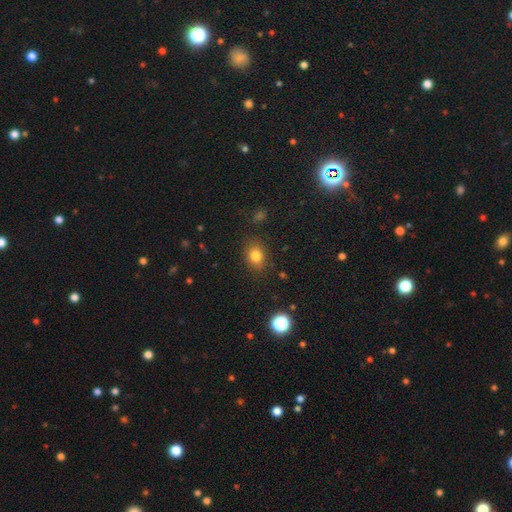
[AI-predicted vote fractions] smooth-or-featured: smooth: 80% | star or artifact: 13% | featured or disk: 7%
  how-rounded: round: 51% | in between: 48% | cigar-shaped: 1%
  merging: none: 84% | minor disturbance: 11% | major disturbance: 3% | merger: 2%